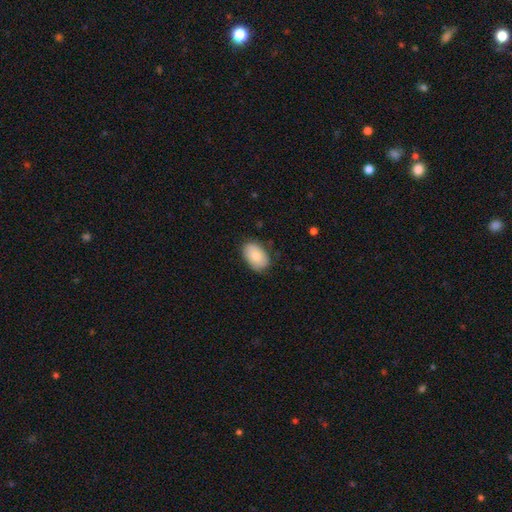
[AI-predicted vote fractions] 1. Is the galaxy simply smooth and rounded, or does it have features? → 78% smooth, 15% featured or disk, 7% star or artifact.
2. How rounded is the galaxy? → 89% in between, 10% round, 1% cigar-shaped.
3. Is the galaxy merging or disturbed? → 80% none, 16% minor disturbance, 3% major disturbance, 1% merger.